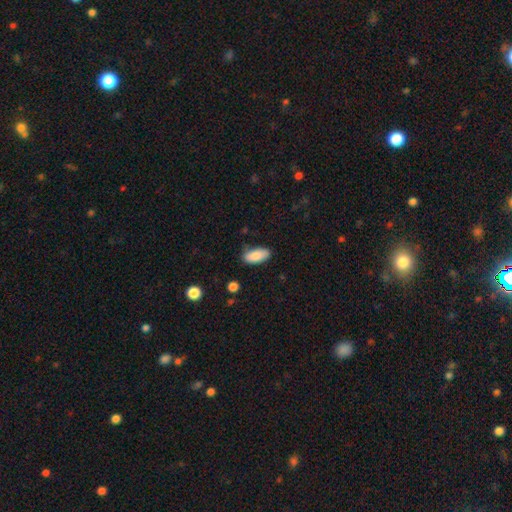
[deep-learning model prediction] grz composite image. It shows a smooth galaxy with no disk features (87%) that is in between round and cigar-shaped (90%). Merging: none (77%).